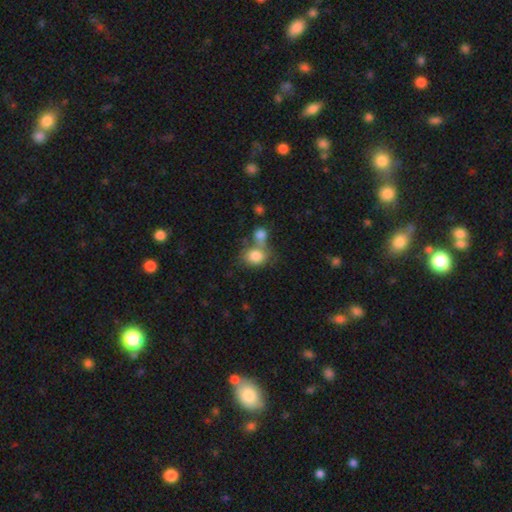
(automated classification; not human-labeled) Smooth or featured?
  - smooth: 81% *
  - featured or disk: 10%
  - star or artifact: 9%
How rounded?
  - in between: 53% *
  - round: 46%
  - cigar-shaped: 1%
Merging?
  - merger: 44% *
  - none: 38%
  - minor disturbance: 12%
  - major disturbance: 6%